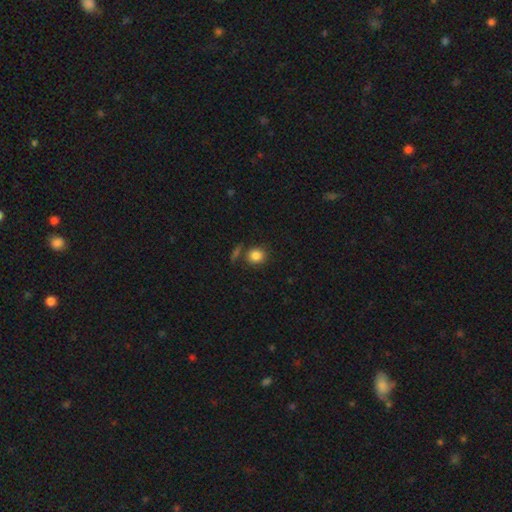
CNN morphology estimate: This is clearly a smooth galaxy (85%). How rounded: clearly round (82%). Merging: likely none (76%).